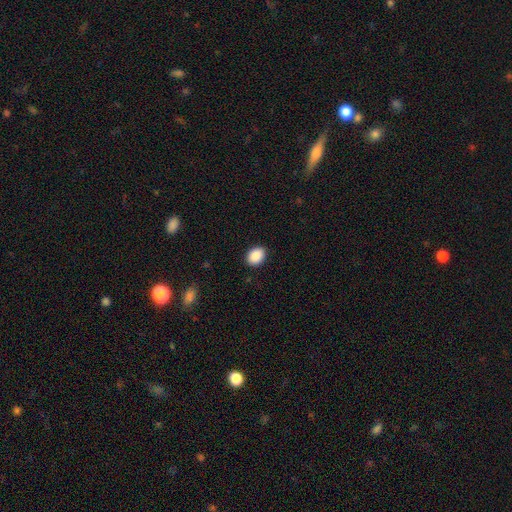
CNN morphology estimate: smooth_or_featured: smooth (p=0.90) [alt: star or artifact p=0.07]
how_rounded: in between (p=0.67) [alt: round p=0.32]
merging: none (p=0.89) [alt: minor disturbance p=0.08]